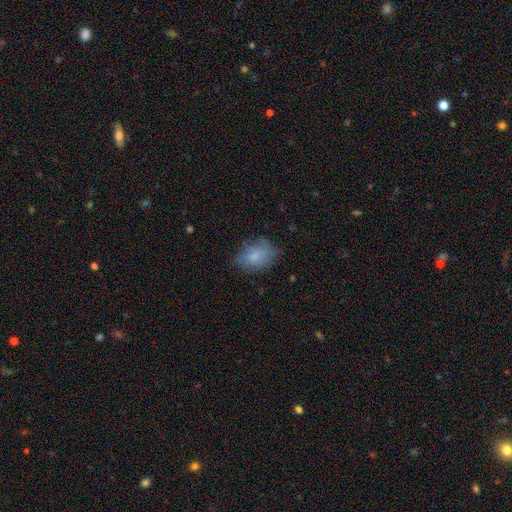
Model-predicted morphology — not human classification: Smooth or featured: smooth — 70% (featured or disk — 22%)
How rounded: in between — 78% (round — 21%)
Merging: none — 64% (minor disturbance — 25%)